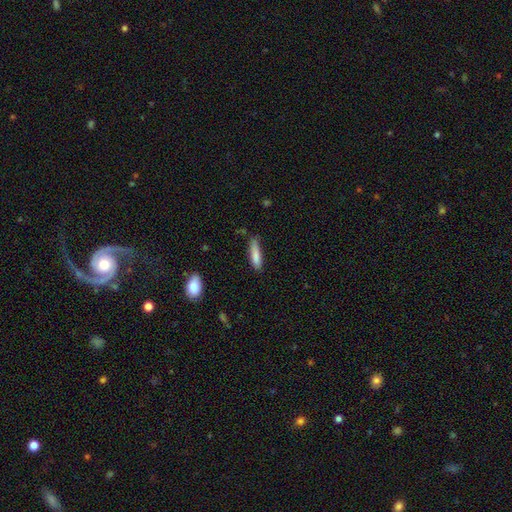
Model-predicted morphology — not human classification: This is clearly a smooth galaxy (83%). How rounded: likely cigar-shaped (75%). Merging: likely none (68%).